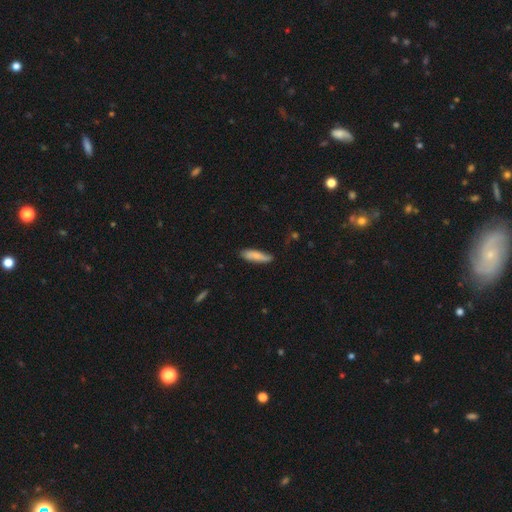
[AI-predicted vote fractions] This is likely a smooth galaxy (76%). How rounded: likely cigar-shaped (61%). Merging: likely none (75%).